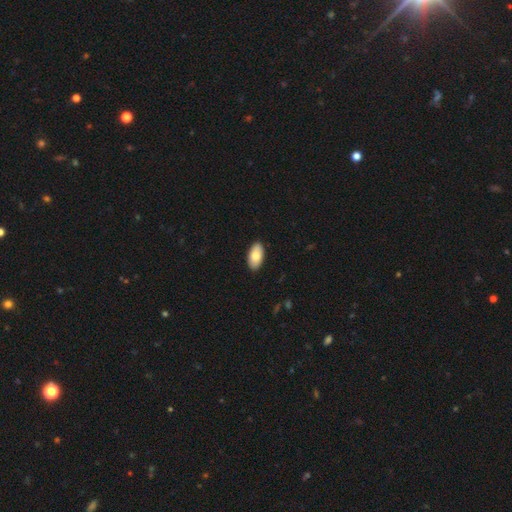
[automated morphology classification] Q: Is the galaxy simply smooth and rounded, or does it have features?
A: smooth — 80%.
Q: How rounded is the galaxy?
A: in between — 95%.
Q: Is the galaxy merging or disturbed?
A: none — 90%.